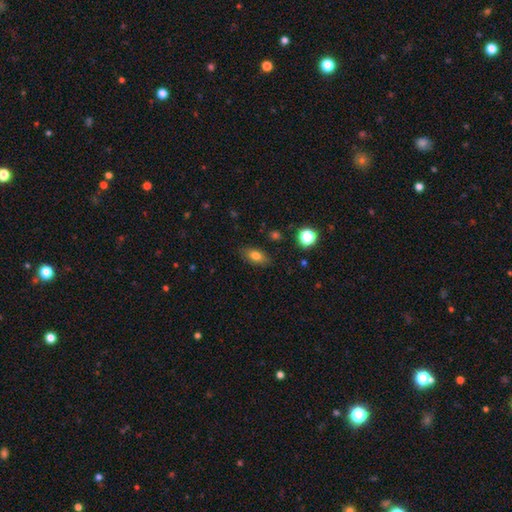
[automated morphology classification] This appears to be a smooth galaxy with no disk features (78%) that is in between round and cigar-shaped (84%). Merging: none (85%).